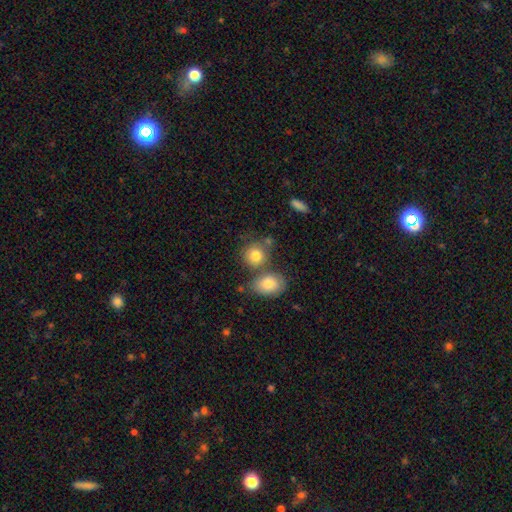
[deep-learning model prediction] This appears to be a smooth galaxy with no disk features (82%) that is round (75%). Merging: none (55%).